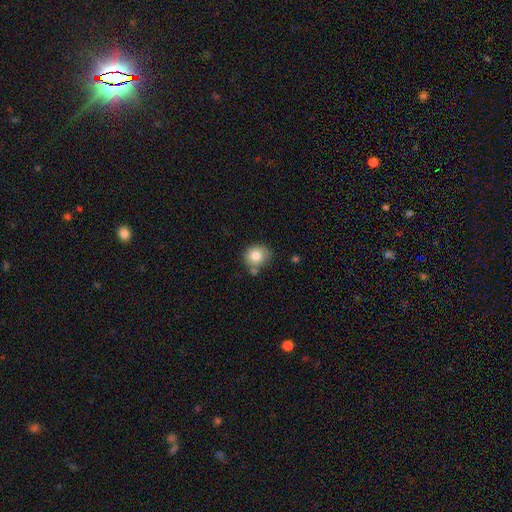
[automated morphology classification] type=smooth (81%); roundness=round (77%); merging=none (62%).